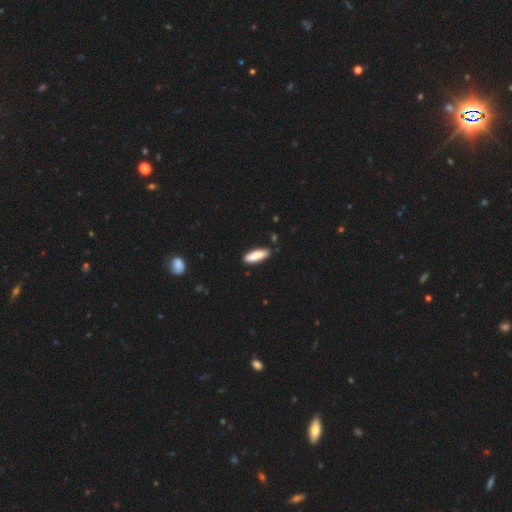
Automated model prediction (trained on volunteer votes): smooth-or-featured: smooth: 87% | featured or disk: 8% | star or artifact: 5%
  how-rounded: cigar-shaped: 55% | in between: 43% | round: 1%
  merging: none: 86% | minor disturbance: 11% | major disturbance: 2% | merger: 2%